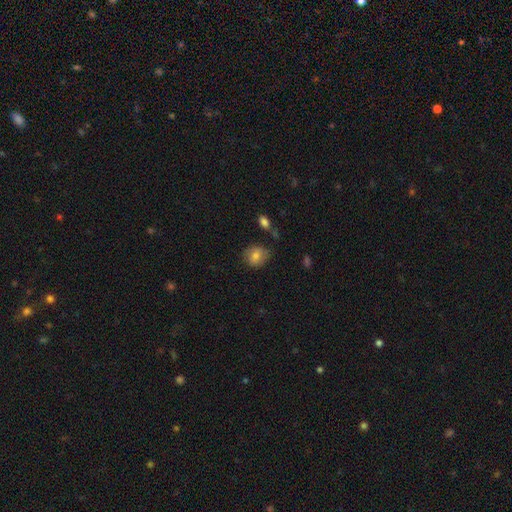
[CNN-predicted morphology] The model was most divided on "how rounded": round: 64%, in between: 35%, cigar-shaped: 1%. More confident: smooth or featured — smooth (77%); merging — none (72%).